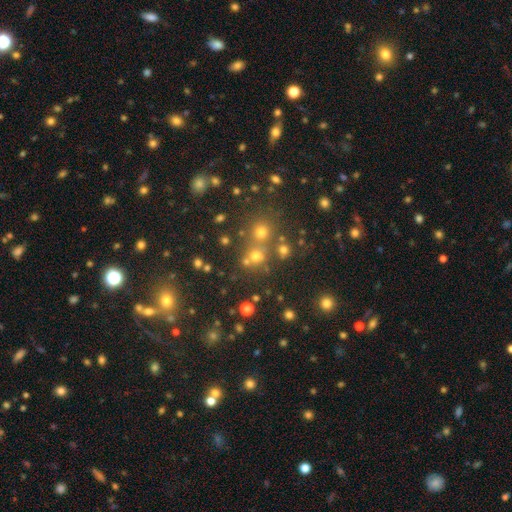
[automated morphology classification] This is marginally a star or artifact rather than a galaxy (45%).